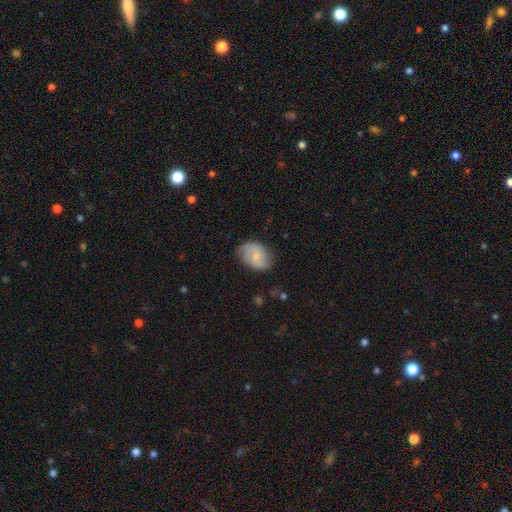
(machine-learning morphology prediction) Overall: featured or disk (51%; smooth 42%). Edge-on disk: no (97%). Merging: none (68%).